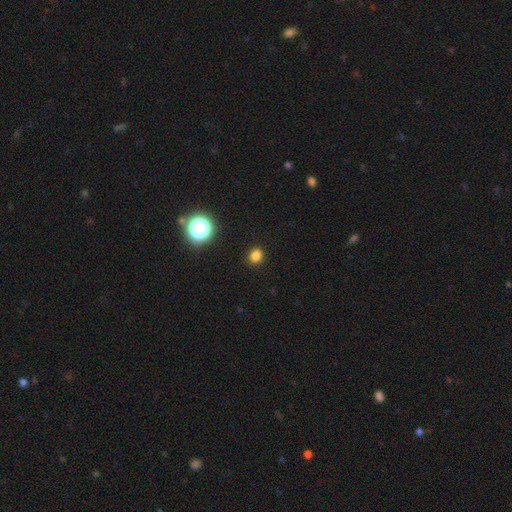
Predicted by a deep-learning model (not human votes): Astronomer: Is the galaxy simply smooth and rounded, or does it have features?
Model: smooth — 80%.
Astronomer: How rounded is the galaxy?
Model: round — 50% (runner-up: in between, 48%).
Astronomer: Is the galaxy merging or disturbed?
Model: none — 89%.